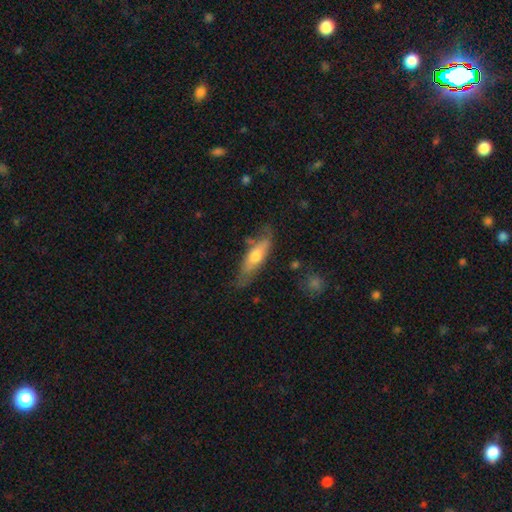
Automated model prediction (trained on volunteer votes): Smooth or featured: smooth — 55% (featured or disk — 39%)
How rounded: cigar-shaped — 55% (in between — 42%)
Merging: none — 64% (minor disturbance — 25%)